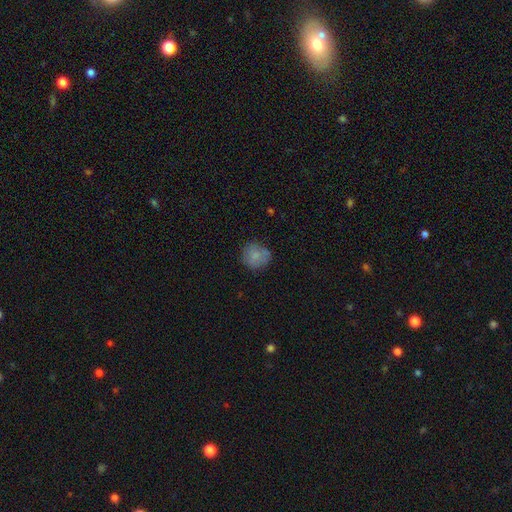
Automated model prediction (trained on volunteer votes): Smooth or featured?
  - smooth: 76% *
  - featured or disk: 16%
  - star or artifact: 9%
How rounded?
  - round: 85% *
  - in between: 14%
  - cigar-shaped: 1%
Merging?
  - none: 73% *
  - minor disturbance: 19%
  - major disturbance: 6%
  - merger: 2%